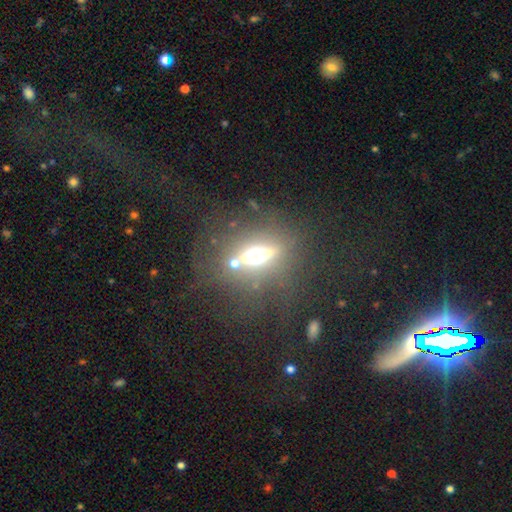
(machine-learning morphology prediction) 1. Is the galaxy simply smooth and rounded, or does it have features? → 57% featured or disk, 23% smooth, 20% star or artifact.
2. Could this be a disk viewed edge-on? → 79% yes, 21% no.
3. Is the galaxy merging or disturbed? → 70% none, 11% minor disturbance, 10% major disturbance, 9% merger.